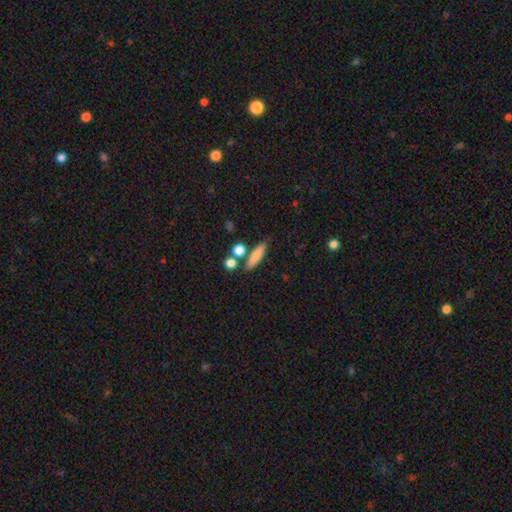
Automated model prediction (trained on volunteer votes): A smooth galaxy with no disk features (78%) that is cigar-shaped (61%). Merging: none (72%).